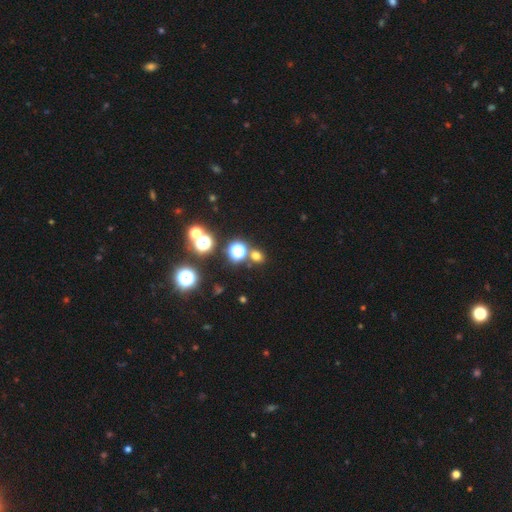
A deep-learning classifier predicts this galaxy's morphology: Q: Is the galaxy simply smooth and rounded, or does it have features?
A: smooth — 62%.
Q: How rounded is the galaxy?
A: round — 78%.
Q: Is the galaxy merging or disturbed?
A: none — 78%.